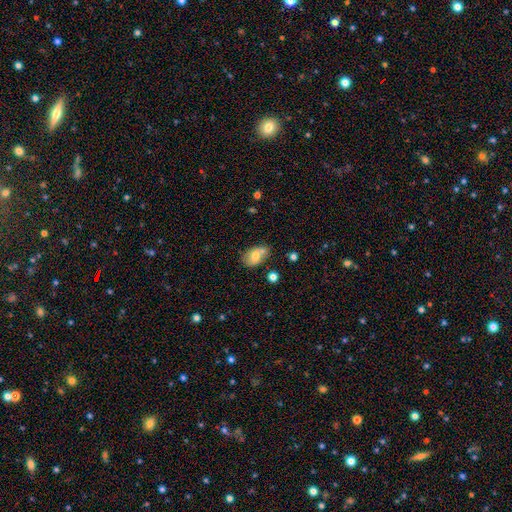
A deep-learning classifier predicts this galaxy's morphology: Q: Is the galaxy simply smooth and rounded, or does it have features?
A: smooth — 69%.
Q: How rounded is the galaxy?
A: in between — 83%.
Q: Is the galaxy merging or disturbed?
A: none — 52%.